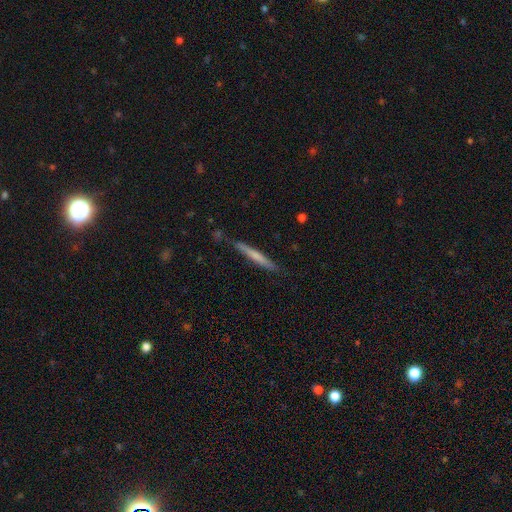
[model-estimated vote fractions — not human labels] smooth 58%, featured or disk 36%, star or artifact 6%. Down the decision tree: how rounded — cigar-shaped (96%); merging — none (82%).